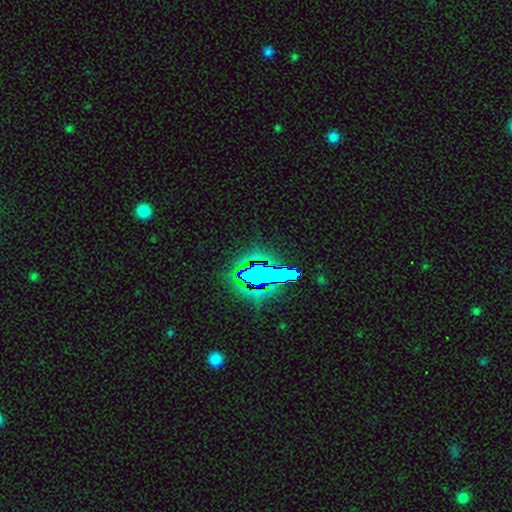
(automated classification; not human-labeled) Smooth or featured? star or artifact (71%)